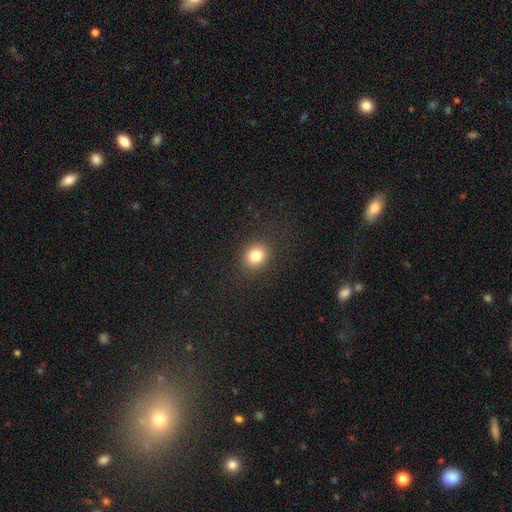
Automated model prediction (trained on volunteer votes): Morphology: type=smooth (81%); roundness=round (74%); merging=none (88%).